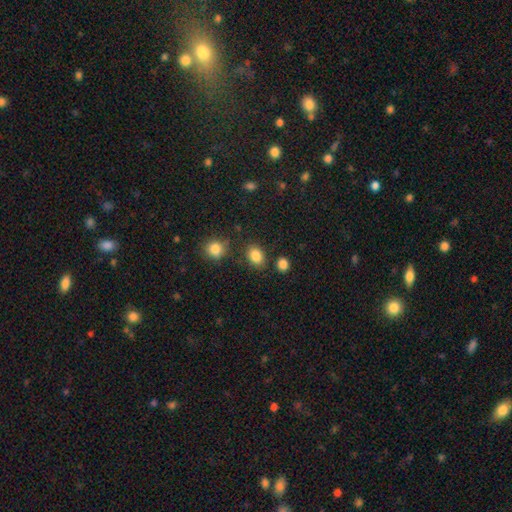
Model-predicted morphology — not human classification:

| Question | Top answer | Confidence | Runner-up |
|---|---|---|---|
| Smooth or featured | smooth | 86% | star or artifact (10%) |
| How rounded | in between | 62% | round (37%) |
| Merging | none | 79% | minor disturbance (11%) |